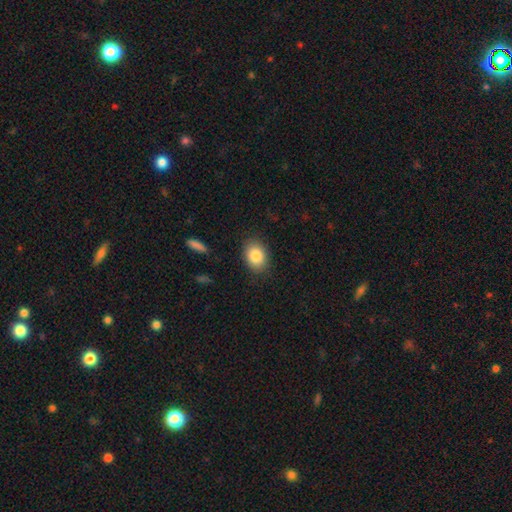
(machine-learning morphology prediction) Smooth or featured: smooth — 84% (star or artifact — 8%)
How rounded: in between — 73% (round — 26%)
Merging: none — 86% (minor disturbance — 10%)